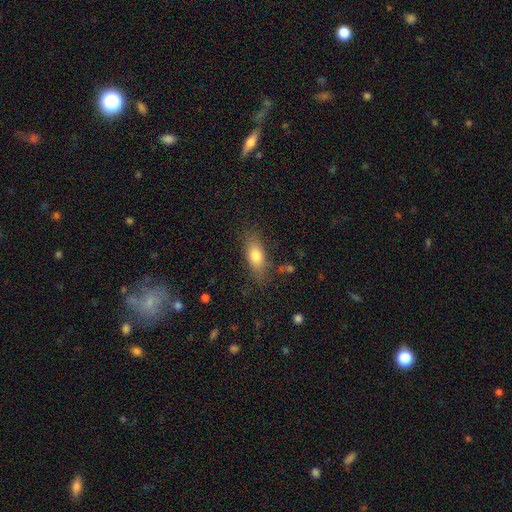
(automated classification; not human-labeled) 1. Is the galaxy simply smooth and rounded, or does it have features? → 77% smooth, 15% featured or disk, 8% star or artifact.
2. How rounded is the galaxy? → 78% in between, 16% cigar-shaped, 6% round.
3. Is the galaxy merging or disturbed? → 75% none, 17% minor disturbance, 6% major disturbance, 2% merger.